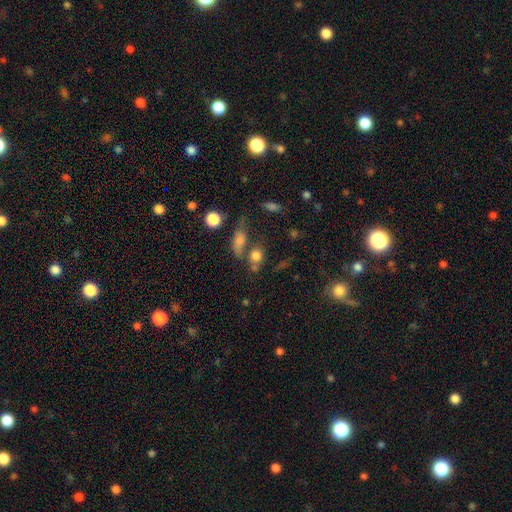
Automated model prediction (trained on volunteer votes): Smooth or featured? Predicted: smooth (p=0.74). How rounded? Predicted: round (p=0.50). Merging? Predicted: none (p=0.49).